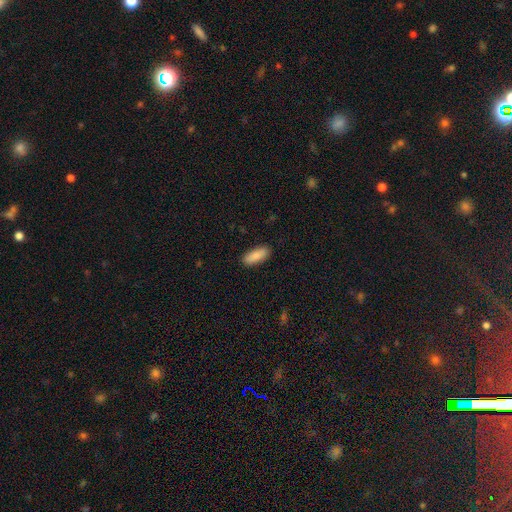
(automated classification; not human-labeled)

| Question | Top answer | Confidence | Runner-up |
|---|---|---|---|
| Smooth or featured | smooth | 87% | featured or disk (7%) |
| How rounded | in between | 78% | cigar-shaped (20%) |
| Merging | none | 89% | minor disturbance (8%) |